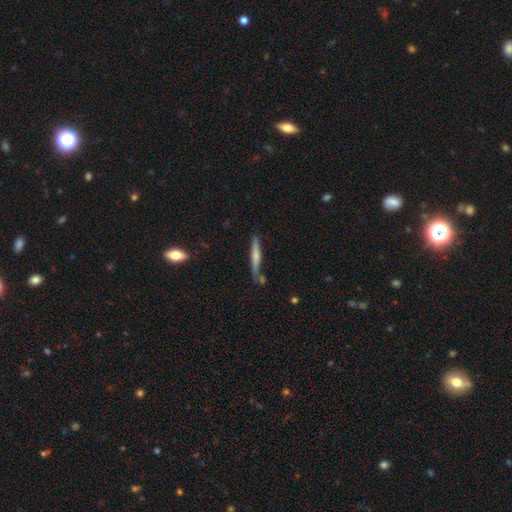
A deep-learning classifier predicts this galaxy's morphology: smooth-or-featured: smooth: 55% | featured or disk: 39% | star or artifact: 6%
  how-rounded: cigar-shaped: 93% | in between: 5% | round: 2%
  merging: none: 70% | minor disturbance: 17% | merger: 8% | major disturbance: 4%